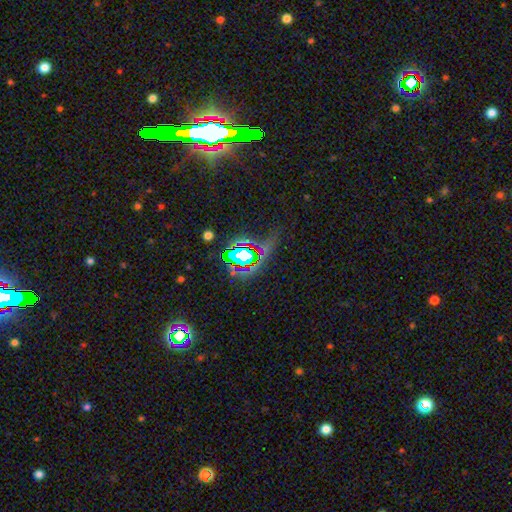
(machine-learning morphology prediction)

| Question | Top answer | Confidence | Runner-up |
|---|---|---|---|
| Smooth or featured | star or artifact | 71% | featured or disk (15%) |